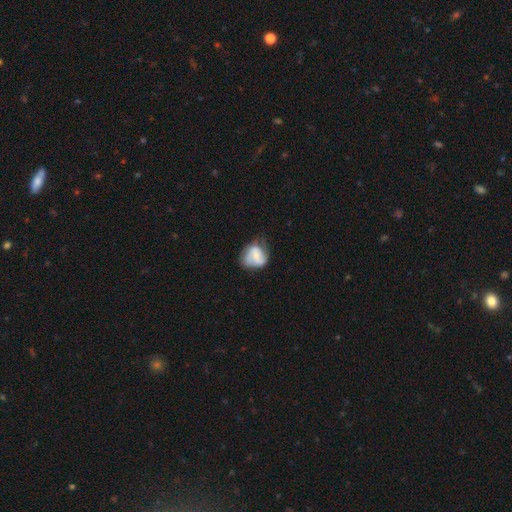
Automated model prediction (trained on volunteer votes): This is possibly a featured or disk galaxy (46%, tied with smooth). Merging: marginally none (43%).